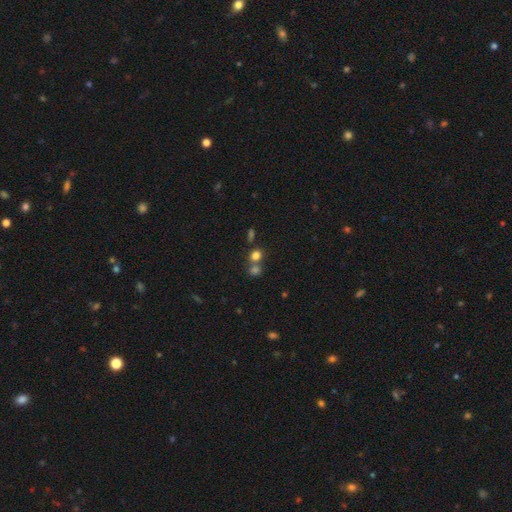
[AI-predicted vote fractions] Overall: smooth (75%). How rounded: round (75%). Merging: none (51%; merger 38%).